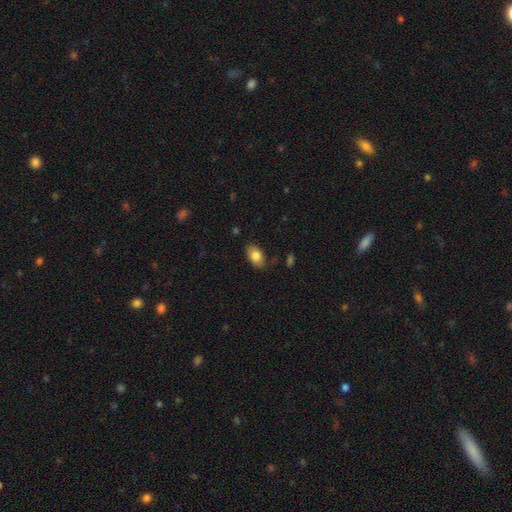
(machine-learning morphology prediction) A smooth galaxy with no disk features (83%) that is in between round and cigar-shaped (91%).

Vote fractions:
- Smooth or featured? smooth: 83% / featured or disk: 9% / star or artifact: 8%
- How rounded? in between: 91% / round: 7% / cigar-shaped: 2%
- Merging? none: 84% / minor disturbance: 12% / major disturbance: 3% / merger: 2%